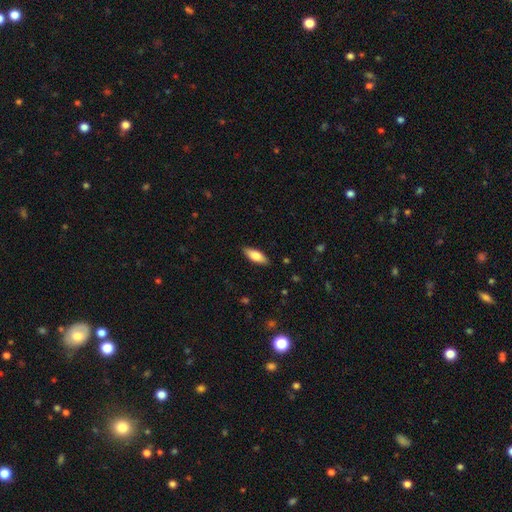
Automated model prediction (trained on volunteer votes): The model was most divided on "how rounded": in between: 71%, cigar-shaped: 27%, round: 2%. More confident: merging — none (88%); smooth or featured — smooth (76%).